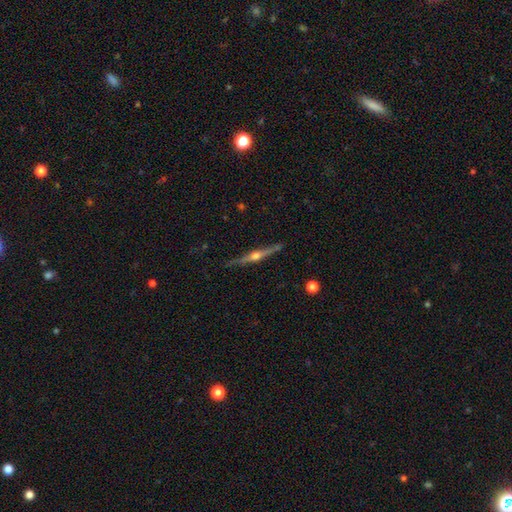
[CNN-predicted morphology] Overall: featured or disk (80%). Edge-on disk: yes (98%). Edge-on bulge: rounded (94%). Merging: none (86%).